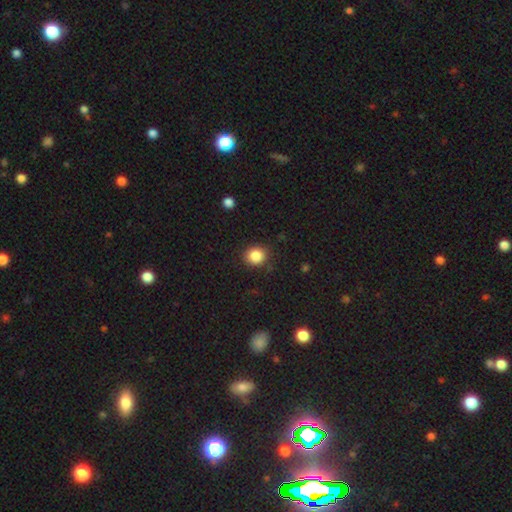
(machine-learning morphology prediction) Smooth or featured? Predicted: smooth (p=0.86). How rounded? Predicted: round (p=0.82). Merging? Predicted: none (p=0.86).